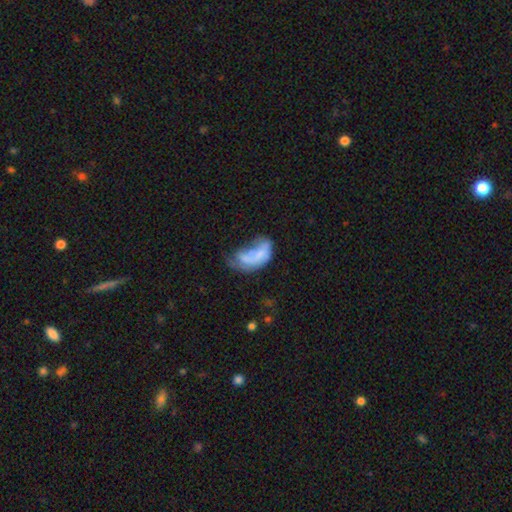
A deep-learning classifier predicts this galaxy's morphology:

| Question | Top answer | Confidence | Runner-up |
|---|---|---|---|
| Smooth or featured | smooth | 50% | featured or disk (41%) |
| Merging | major disturbance | 40% | minor disturbance (23%) |